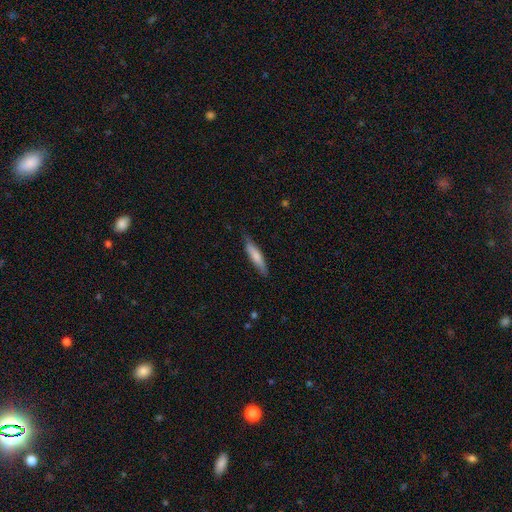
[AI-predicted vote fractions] A smooth galaxy with no disk features (71%) that is cigar-shaped (82%).

Vote fractions:
- Smooth or featured? smooth: 71% / featured or disk: 24% / star or artifact: 5%
- How rounded? cigar-shaped: 82% / in between: 17% / round: 1%
- Merging? none: 81% / minor disturbance: 15% / major disturbance: 2% / merger: 1%